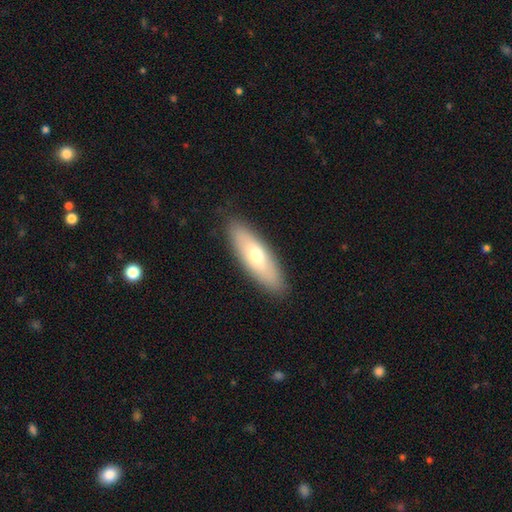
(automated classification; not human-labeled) Overall: smooth (62%; featured or disk 32%). How rounded: in between (53%; cigar-shaped 45%). Merging: none (89%).